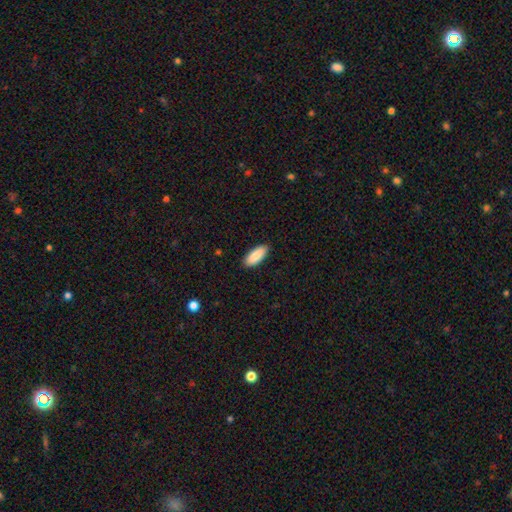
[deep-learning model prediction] smooth-or-featured: smooth: 87% | featured or disk: 7% | star or artifact: 6%
  how-rounded: in between: 83% | cigar-shaped: 16% | round: 2%
  merging: none: 89% | minor disturbance: 8% | major disturbance: 2% | merger: 1%